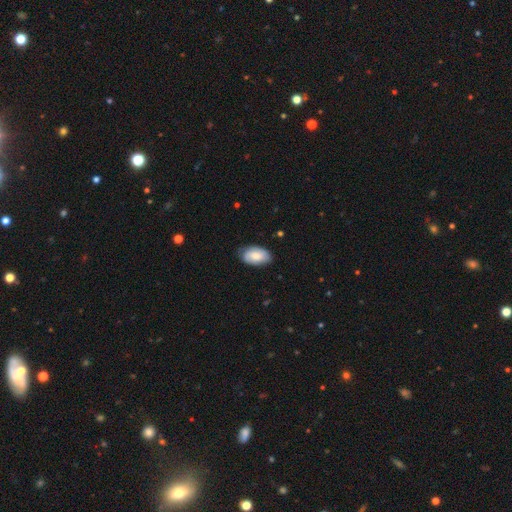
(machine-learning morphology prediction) smooth 73%, featured or disk 21%, star or artifact 6%. Down the decision tree: how rounded — in between (94%); merging — none (76%).